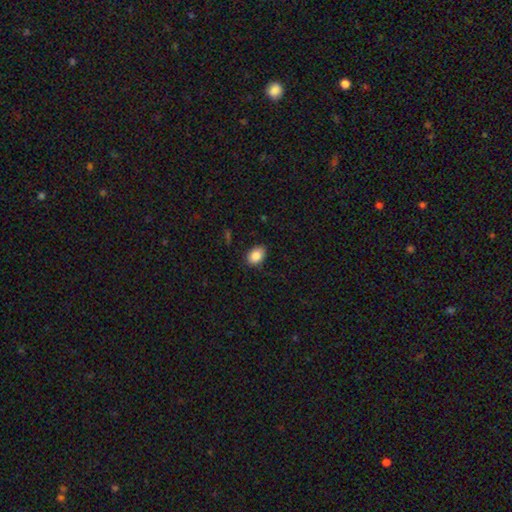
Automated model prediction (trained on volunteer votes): This appears to be a smooth galaxy with no disk features (87%) that is in between round and cigar-shaped (75%). Merging: none (85%).